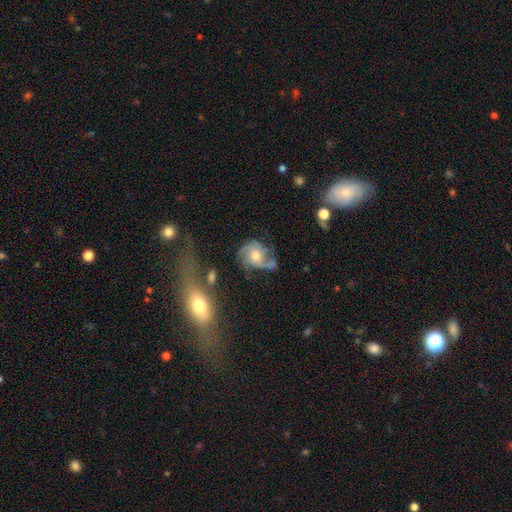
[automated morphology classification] type=featured or disk (75%); edge-on=no (97%); bar=no (71%); spiral arms=yes (90%); winding=medium (47%); arm count=3 (42%); bulge=moderate (64%); merging=none (48%).